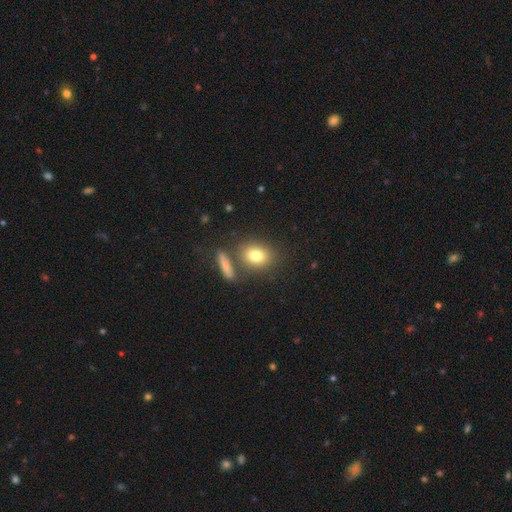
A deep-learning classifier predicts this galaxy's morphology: smooth_or_featured: smooth (p=0.79) [alt: featured or disk p=0.12]
how_rounded: in between (p=0.54) [alt: round p=0.43]
merging: none (p=0.69) [alt: merger p=0.16]